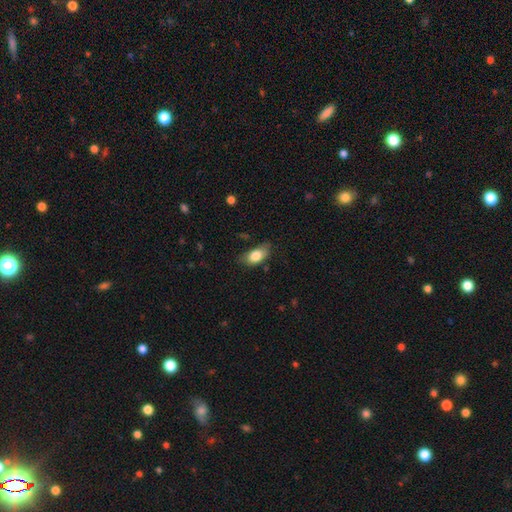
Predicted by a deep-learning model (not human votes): Smooth or featured? Predicted: smooth (p=0.81). How rounded? Predicted: in between (p=0.90). Merging? Predicted: none (p=0.59).